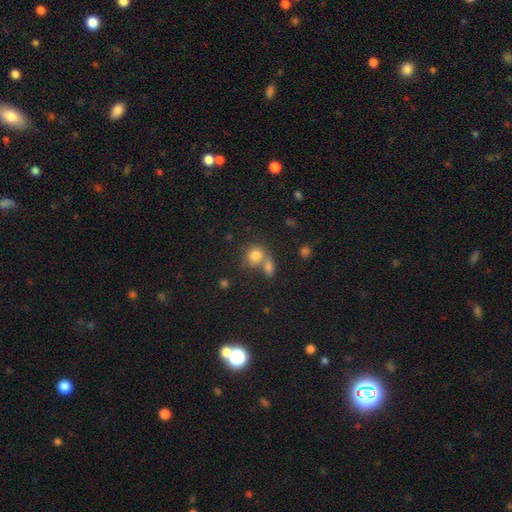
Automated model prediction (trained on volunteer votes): This appears to be a smooth galaxy with no disk features (80%) that is round (76%). Merging: merger (46%).